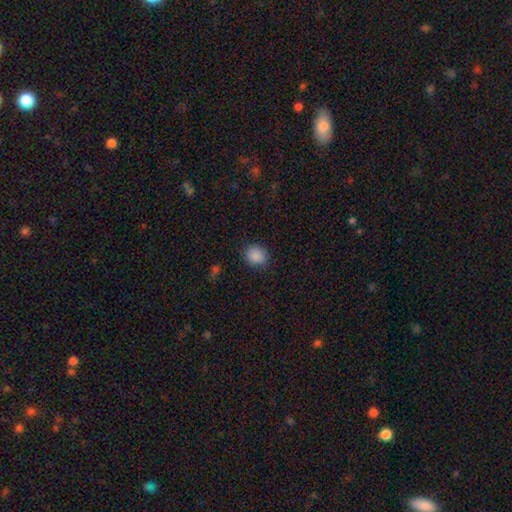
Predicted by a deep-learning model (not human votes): This is clearly a smooth galaxy (87%). How rounded: likely round (71%). Merging: clearly none (86%).